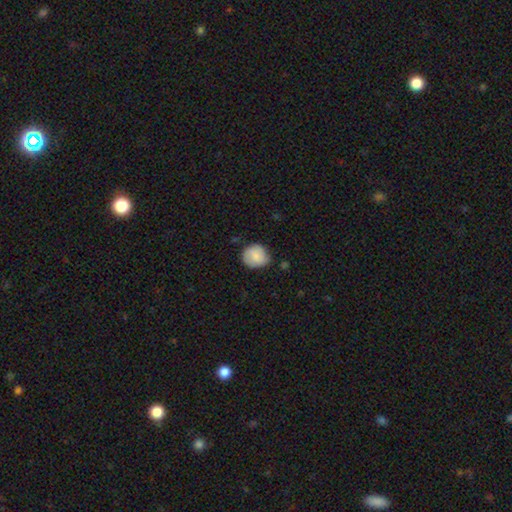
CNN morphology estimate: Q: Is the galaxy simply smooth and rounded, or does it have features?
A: smooth — 85%.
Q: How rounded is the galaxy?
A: round — 80%.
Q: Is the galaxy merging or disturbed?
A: none — 67%.